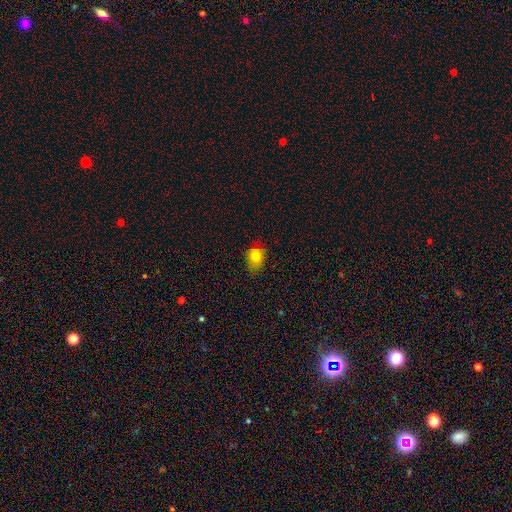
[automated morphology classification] smooth_or_featured: smooth (p=0.80) [alt: star or artifact p=0.11]
how_rounded: in between (p=0.56) [alt: round p=0.42]
merging: none (p=0.65) [alt: minor disturbance p=0.27]